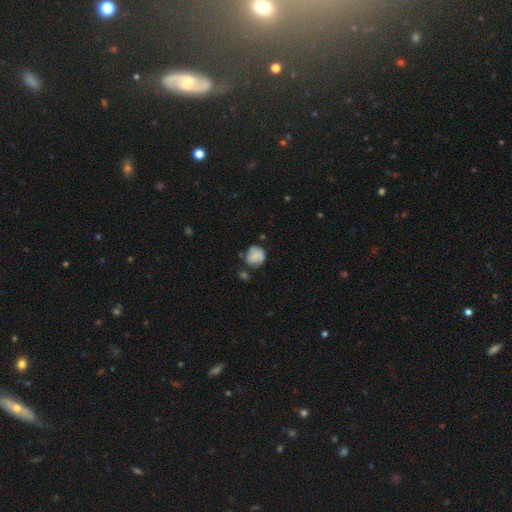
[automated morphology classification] Smooth or featured? smooth (76%)
How rounded? round (80%)
Merging? none (59%)